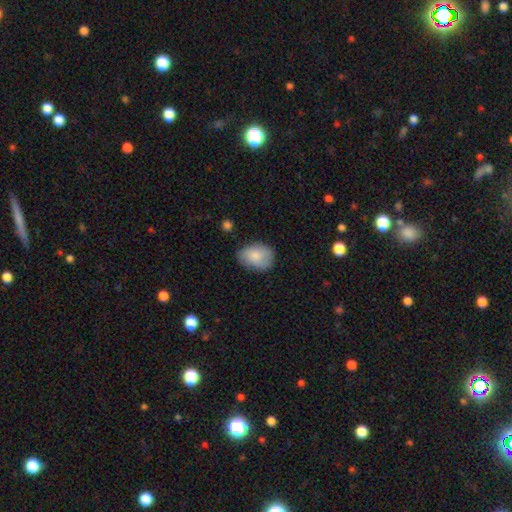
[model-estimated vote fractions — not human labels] Morphology: type=smooth (80%); roundness=in between (72%); merging=none (67%).